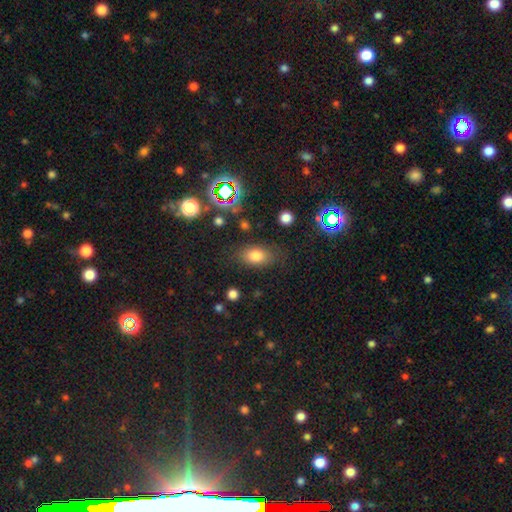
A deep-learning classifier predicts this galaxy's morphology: type=smooth (76%); roundness=in between (82%); merging=none (77%).